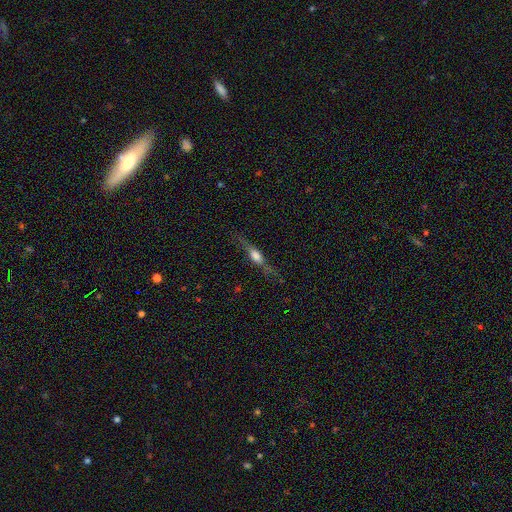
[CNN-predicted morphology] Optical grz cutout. It shows a featured or disk galaxy (59%) viewed edge-on (91%) with a rounded central bulge (78%). Merging: none (72%).